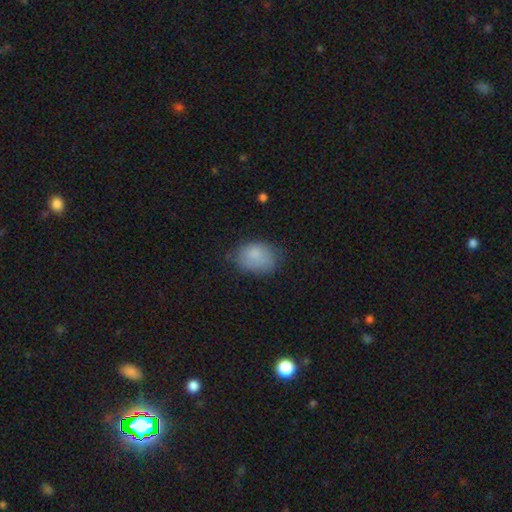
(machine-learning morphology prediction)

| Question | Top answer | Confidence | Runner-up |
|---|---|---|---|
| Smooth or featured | smooth | 82% | featured or disk (10%) |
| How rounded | in between | 73% | round (26%) |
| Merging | none | 57% | minor disturbance (31%) |